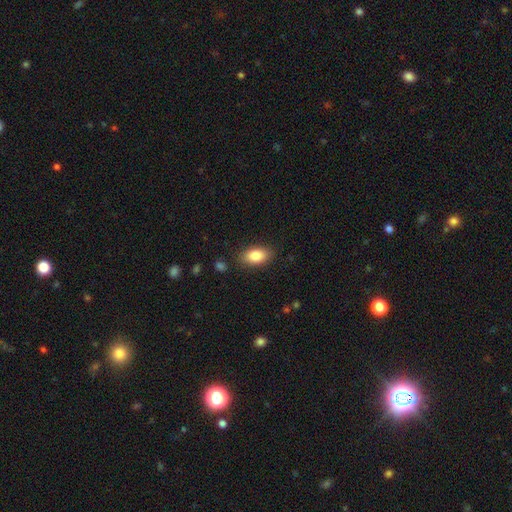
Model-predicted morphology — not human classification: smooth-or-featured: smooth: 85% | featured or disk: 8% | star or artifact: 7%
  how-rounded: in between: 90% | round: 7% | cigar-shaped: 3%
  merging: none: 85% | minor disturbance: 11% | major disturbance: 3% | merger: 1%